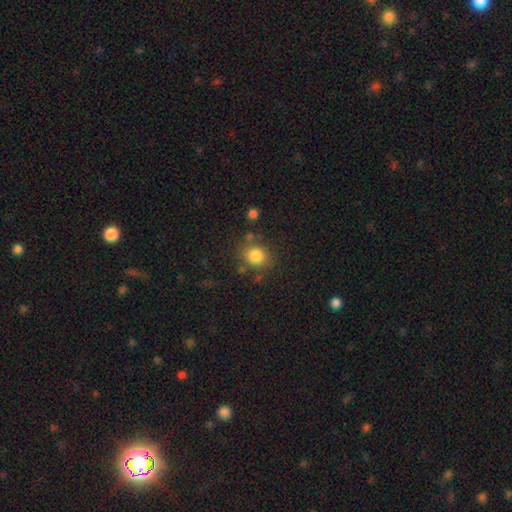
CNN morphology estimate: The model was most divided on "how rounded": round: 76%, in between: 23%, cigar-shaped: 1%. More confident: smooth or featured — smooth (83%); merging — none (75%).